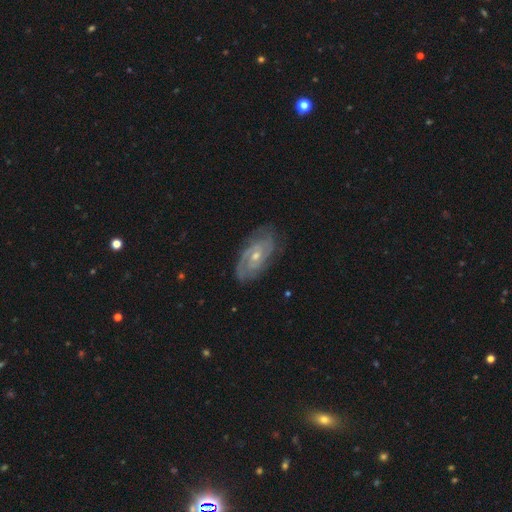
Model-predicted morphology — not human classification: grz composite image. It shows a featured or disk galaxy (83%) with no bar (59%), 2 (45%) tight (60%) spiral arms (94%) and a small central bulge (56%). Merging: none (77%).